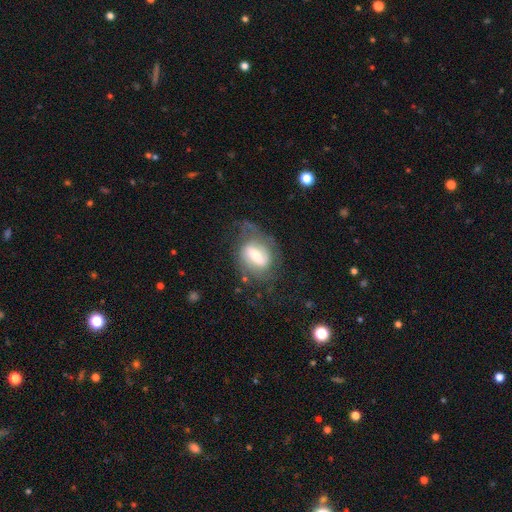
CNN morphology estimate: featured or disk 73%, smooth 21%, star or artifact 7%. Down the decision tree: edge-on disk — no (95%); bar — strong (46%); spiral arms — yes (86%); spiral arm count — 2 (72%); spiral winding — medium (42%); bulge size — moderate (51%); merging — none (54%).